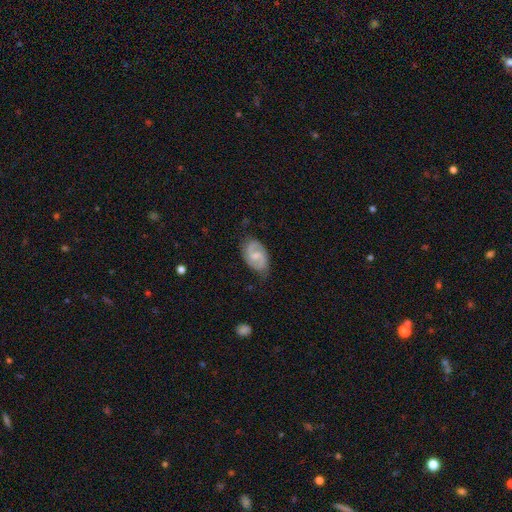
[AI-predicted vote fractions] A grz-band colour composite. It shows a featured or disk galaxy (82%) with a weak bar (56%), 2 (91%) medium (54%) spiral arms (96%) and a moderate central bulge (39%). Merging: none (74%).